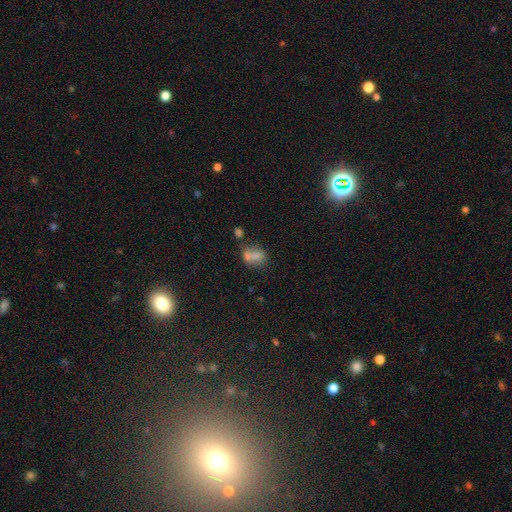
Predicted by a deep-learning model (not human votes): smooth-or-featured: smooth: 69% | featured or disk: 18% | star or artifact: 12%
  how-rounded: in between: 69% | round: 27% | cigar-shaped: 3%
  merging: merger: 36% (tied) | none: 36% (tied) | minor disturbance: 18% | major disturbance: 10%